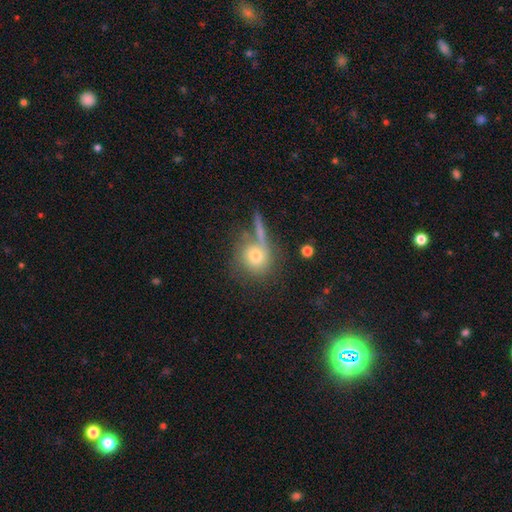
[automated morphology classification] smooth_or_featured: smooth (p=0.70) [alt: featured or disk p=0.19]
how_rounded: round (p=0.85) [alt: in between p=0.13]
merging: none (p=0.55) [alt: merger p=0.20]